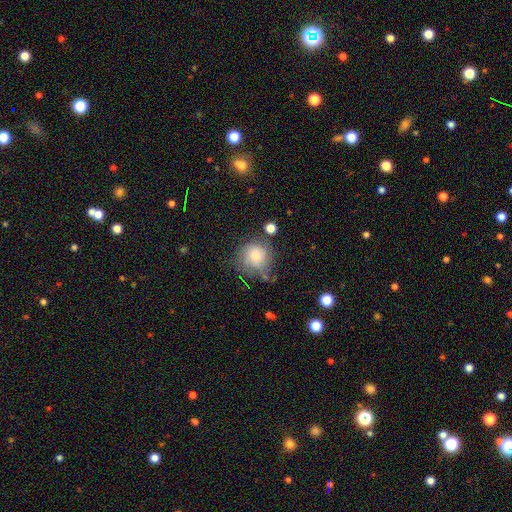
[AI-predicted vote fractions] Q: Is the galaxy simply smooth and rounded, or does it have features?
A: smooth — 73%.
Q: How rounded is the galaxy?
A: round — 87%.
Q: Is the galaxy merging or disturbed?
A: none — 52%.